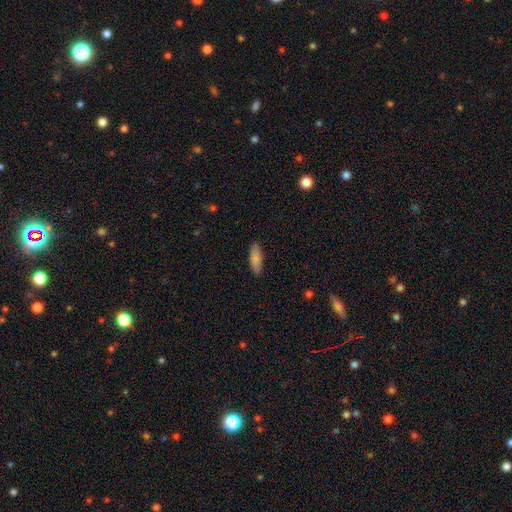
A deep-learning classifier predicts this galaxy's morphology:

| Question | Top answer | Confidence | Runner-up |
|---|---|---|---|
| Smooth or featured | smooth | 79% | featured or disk (13%) |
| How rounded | cigar-shaped | 55% | in between (43%) |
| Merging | none | 88% | minor disturbance (9%) |